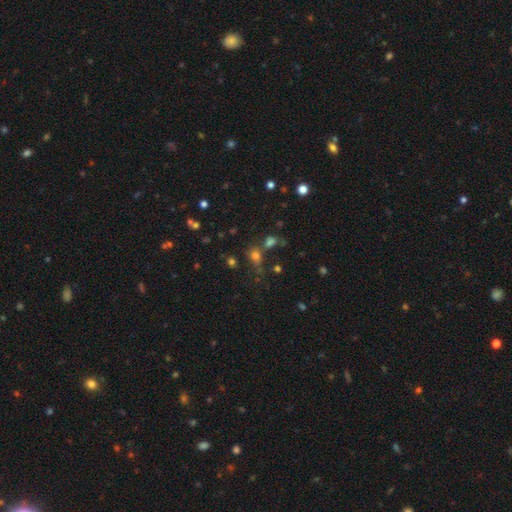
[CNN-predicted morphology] Smooth or featured?
  - smooth: 62% *
  - star or artifact: 27%
  - featured or disk: 10%
How rounded?
  - round: 59% *
  - in between: 38%
  - cigar-shaped: 3%
Merging?
  - none: 51% *
  - merger: 26%
  - minor disturbance: 13%
  - major disturbance: 9%